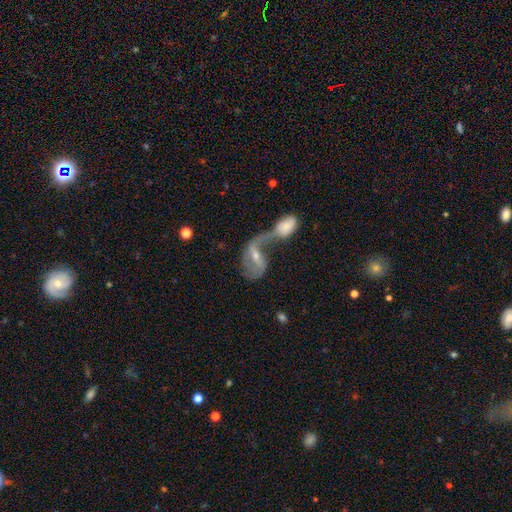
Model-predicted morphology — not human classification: Overall: featured or disk (72%). Edge-on disk: no (94%). Bar: weak (43%; strong 31%). Spiral arms: yes (78%). Spiral arm count: 2 (64%). Spiral winding: loose (66%). Bulge size: small (52%; moderate 38%). Merging: merger (70%).